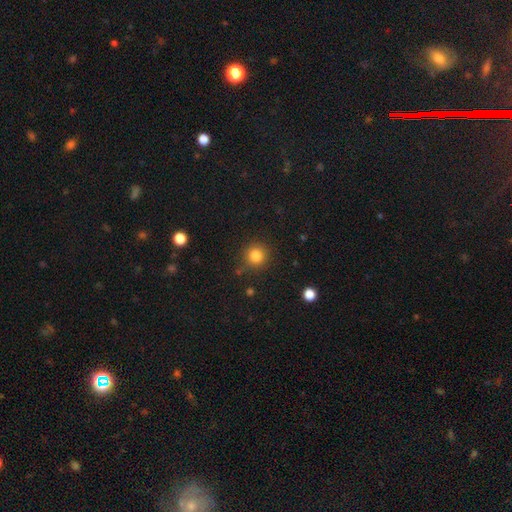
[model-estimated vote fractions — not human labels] smooth_or_featured: smooth (p=0.82) [alt: star or artifact p=0.12]
how_rounded: round (p=0.93) [alt: in between p=0.06]
merging: none (p=0.84) [alt: minor disturbance p=0.10]